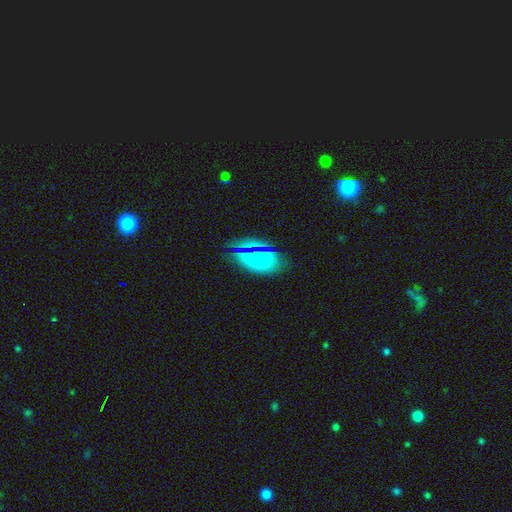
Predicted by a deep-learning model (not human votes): Q: Smooth or featured?
A: smooth (68%); runner-up: star or artifact (17%)
Q: How rounded?
A: in between (90%); runner-up: round (7%)
Q: Merging?
A: none (75%); runner-up: minor disturbance (19%)